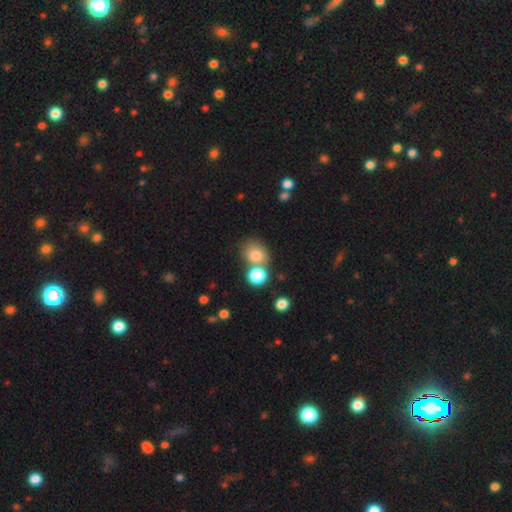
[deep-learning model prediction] Q: Smooth or featured?
A: smooth (80%); runner-up: star or artifact (12%)
Q: How rounded?
A: round (64%); runner-up: in between (35%)
Q: Merging?
A: none (52%); runner-up: merger (33%)